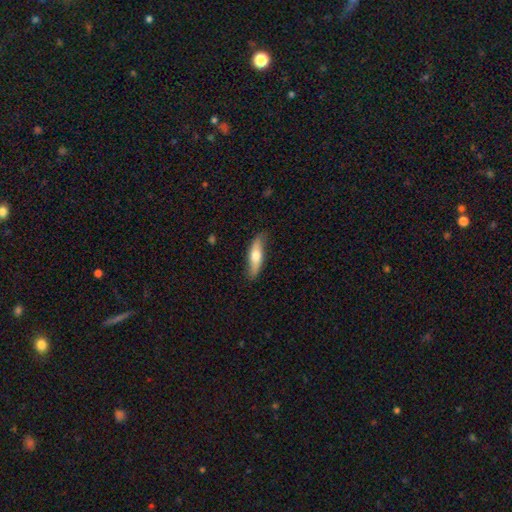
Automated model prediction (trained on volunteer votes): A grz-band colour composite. It shows a smooth galaxy with no disk features (57%) that is cigar-shaped (61%). Merging: none (78%).